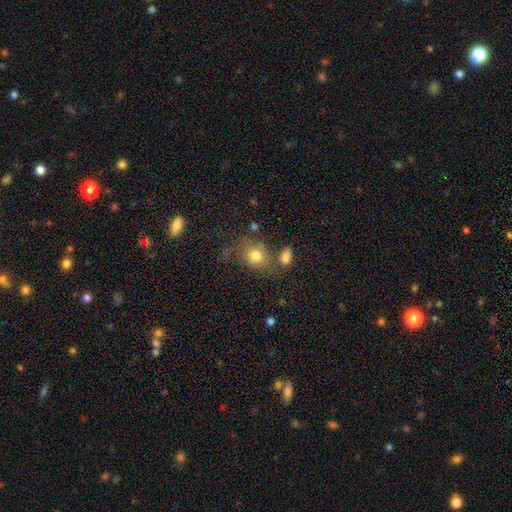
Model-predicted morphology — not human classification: smooth_or_featured: smooth (p=0.76) [alt: featured or disk p=0.12]
how_rounded: round (p=0.53) [alt: in between p=0.46]
merging: none (p=0.54) [alt: minor disturbance p=0.19]